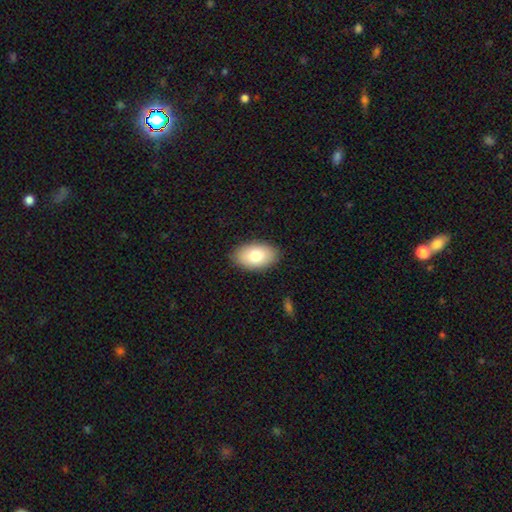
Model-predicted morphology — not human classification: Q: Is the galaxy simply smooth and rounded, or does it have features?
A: smooth — 77%.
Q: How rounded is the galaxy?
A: in between — 93%.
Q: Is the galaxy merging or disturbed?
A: none — 88%.